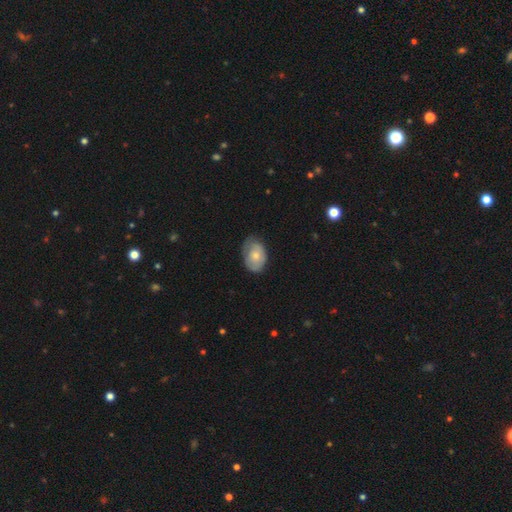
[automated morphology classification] smooth 64%, featured or disk 29%, star or artifact 6%. Down the decision tree: how rounded — in between (82%); merging — none (60%).